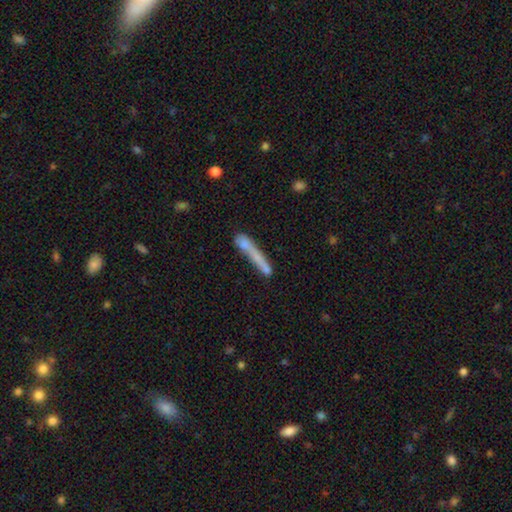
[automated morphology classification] A smooth galaxy with no disk features (61%) that is cigar-shaped (91%).

Vote fractions:
- Smooth or featured? smooth: 61% / featured or disk: 30% / star or artifact: 9%
- How rounded? cigar-shaped: 91% / in between: 6% / round: 3%
- Merging? none: 42% / merger: 26% / minor disturbance: 18% / major disturbance: 13%